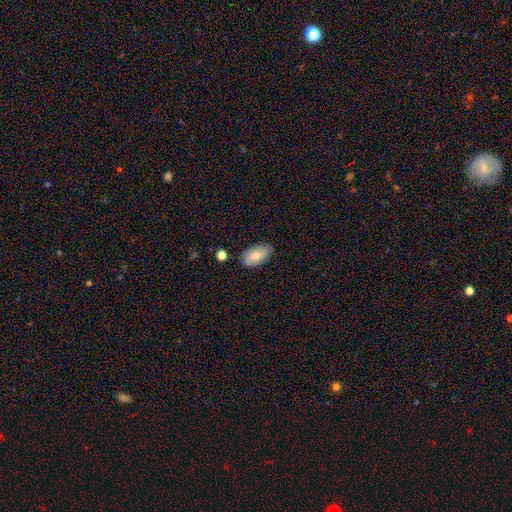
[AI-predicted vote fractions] A smooth galaxy with no disk features (68%) that is in between round and cigar-shaped (93%). Merging: none (74%).